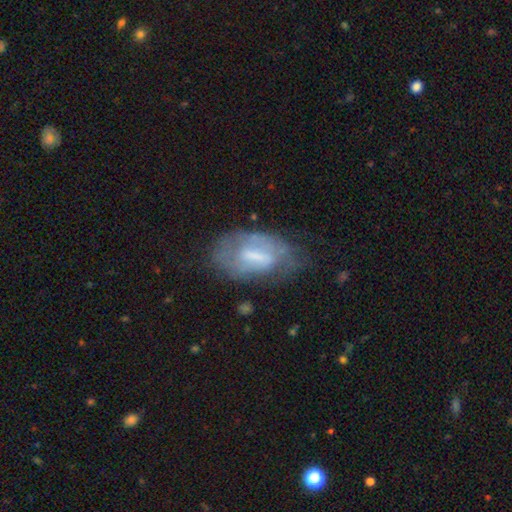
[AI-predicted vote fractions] This appears to be a featured or disk galaxy (57%) with a weak bar (47%), spiral arms (51%) and a moderate central bulge (35%). Merging: none (51%).